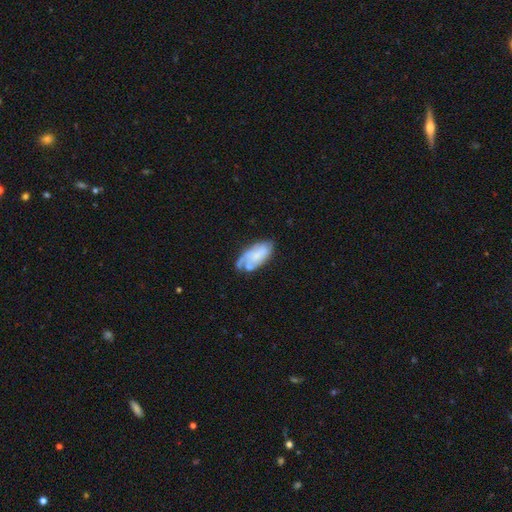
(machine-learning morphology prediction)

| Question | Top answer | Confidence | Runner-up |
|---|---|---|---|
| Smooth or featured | featured or disk | 47% | smooth (46%) |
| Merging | none | 45% | minor disturbance (31%) |